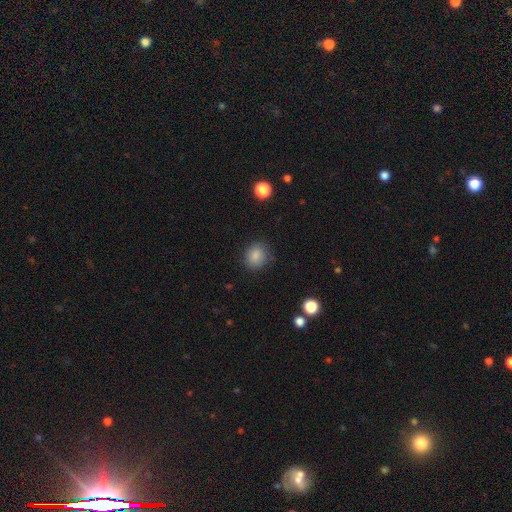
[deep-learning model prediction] Smooth or featured? smooth (85%)
How rounded? round (75%)
Merging? none (83%)